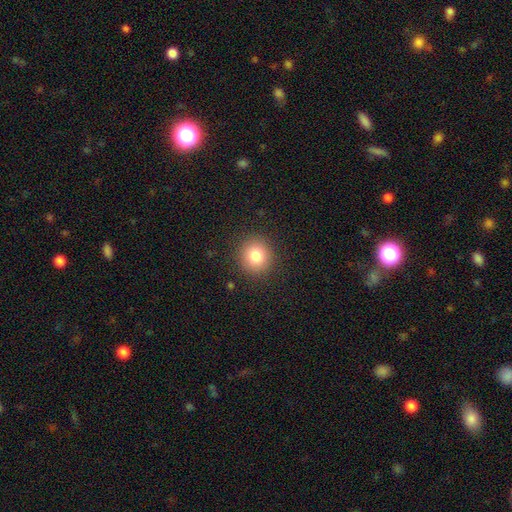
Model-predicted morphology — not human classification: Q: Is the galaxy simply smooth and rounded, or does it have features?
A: smooth — 81%.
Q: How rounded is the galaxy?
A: round — 90%.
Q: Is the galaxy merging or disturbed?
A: none — 90%.